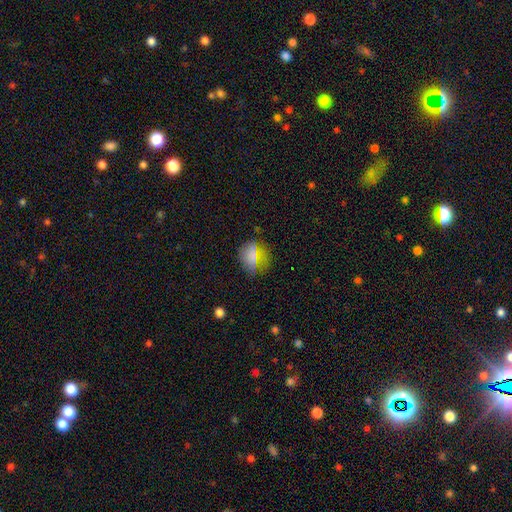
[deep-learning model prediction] Morphology: type=smooth (71%); roundness=round (67%); merging=none (80%).